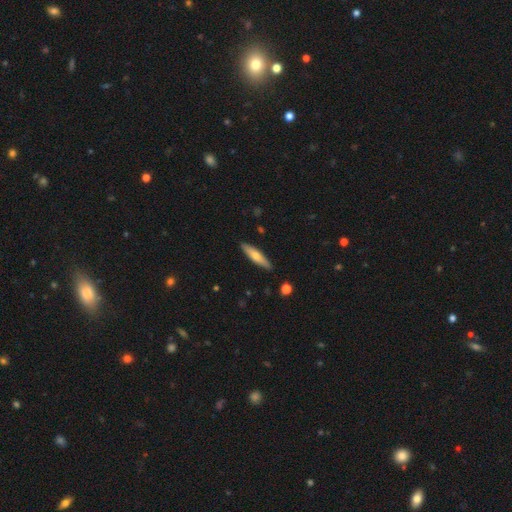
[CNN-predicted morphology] The model was most divided on "smooth or featured": smooth: 60%, featured or disk: 35%, star or artifact: 6%. More confident: merging — none (89%); how rounded — cigar-shaped (78%).